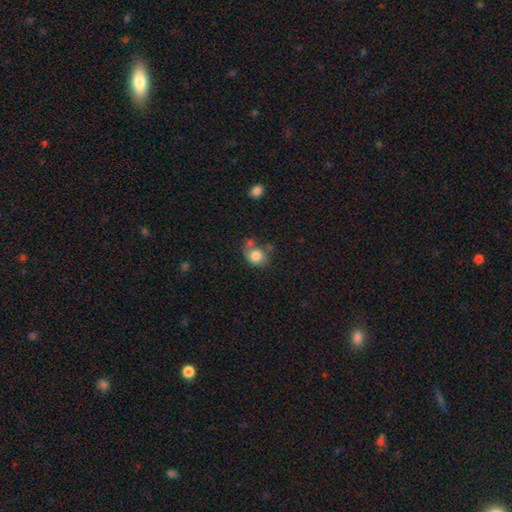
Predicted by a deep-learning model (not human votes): Q: Smooth or featured?
A: smooth (81%); runner-up: featured or disk (10%)
Q: How rounded?
A: round (63%); runner-up: in between (36%)
Q: Merging?
A: none (52%); runner-up: minor disturbance (21%)